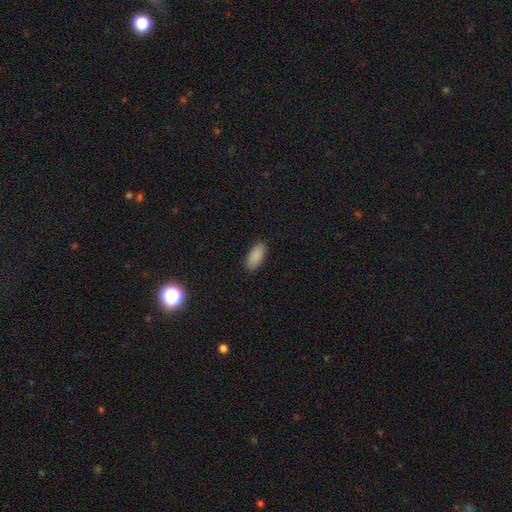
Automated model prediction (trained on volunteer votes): smooth-or-featured: smooth: 90% | star or artifact: 7% | featured or disk: 3%
  how-rounded: in between: 89% | cigar-shaped: 9% | round: 2%
  merging: none: 88% | minor disturbance: 9% | major disturbance: 2% | merger: 1%